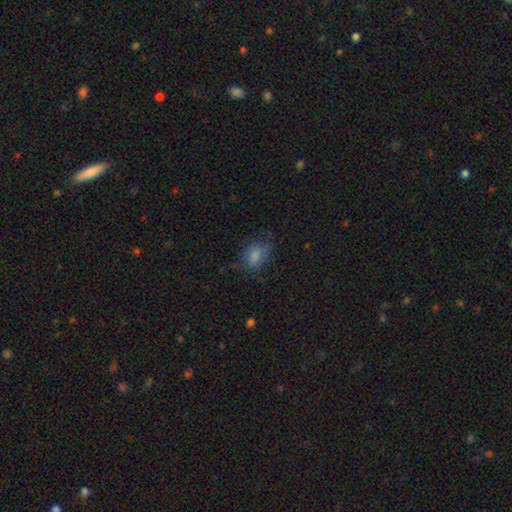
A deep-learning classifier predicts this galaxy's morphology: This appears to be a smooth galaxy with no disk features (77%) that is in between round and cigar-shaped (77%). Merging: none (60%).